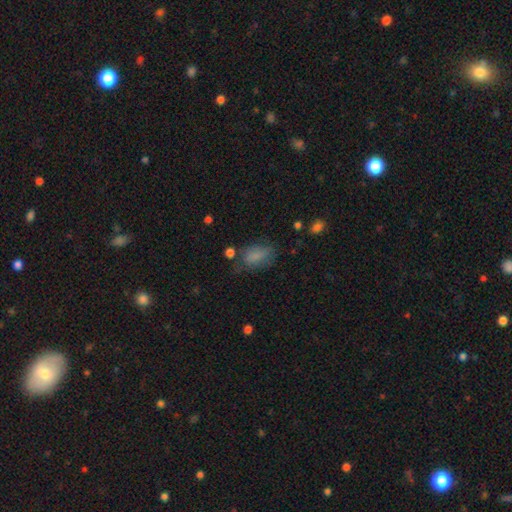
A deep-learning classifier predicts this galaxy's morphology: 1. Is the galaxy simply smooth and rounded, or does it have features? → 75% smooth, 14% featured or disk, 11% star or artifact.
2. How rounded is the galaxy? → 87% in between, 8% round, 5% cigar-shaped.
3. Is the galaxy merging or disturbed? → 54% none, 27% minor disturbance, 14% major disturbance, 5% merger.